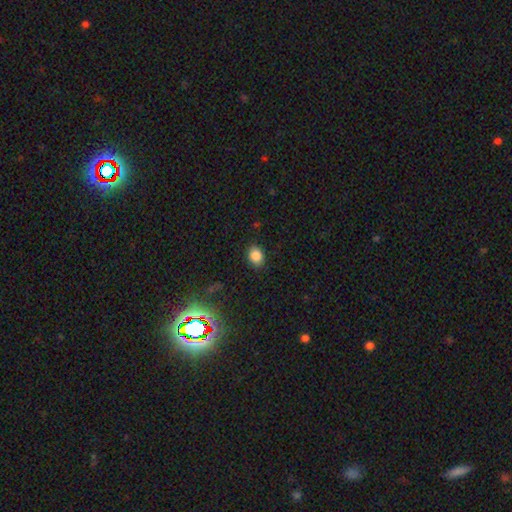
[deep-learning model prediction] smooth 85%, star or artifact 10%, featured or disk 5%. Down the decision tree: how rounded — in between (57%); merging — none (87%).